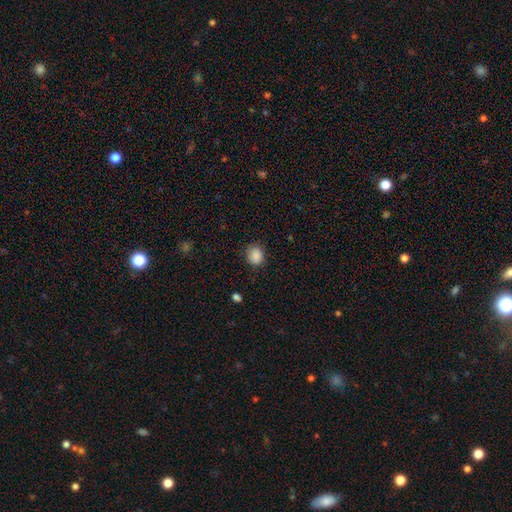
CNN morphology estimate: Overall: smooth (87%). How rounded: round (74%). Merging: none (82%).